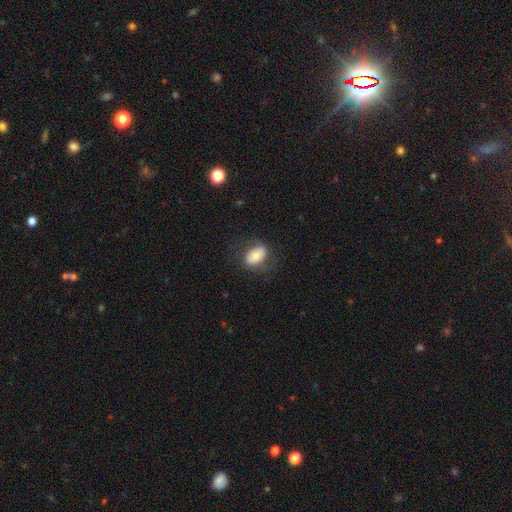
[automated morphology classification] Smooth or featured? Predicted: smooth (p=0.68). How rounded? Predicted: in between (p=0.86). Merging? Predicted: none (p=0.72).